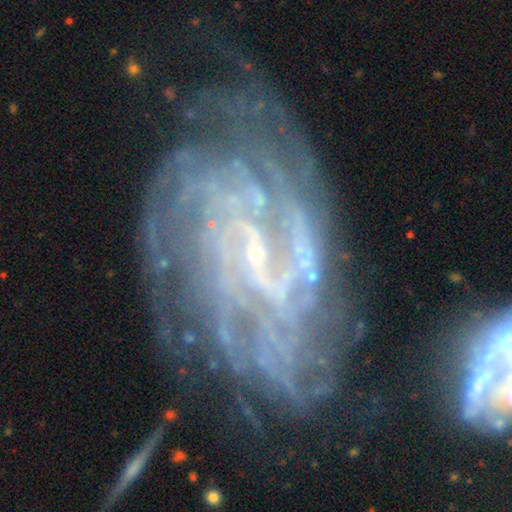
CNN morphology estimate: Q: Smooth or featured?
A: featured or disk (88%); runner-up: star or artifact (7%)
Q: Edge-on disk?
A: no (96%); runner-up: yes (4%)
Q: Bar?
A: weak (45%); runner-up: no (30%)
Q: Spiral arms?
A: yes (95%); runner-up: no (5%)
Q: Spiral winding?
A: tight (56%); runner-up: medium (32%)
Q: Spiral arm count?
A: can't tell (32%); runner-up: 4 (17%)
Q: Bulge size?
A: small (83%); runner-up: none (8%)
Q: Merging?
A: none (61%); runner-up: minor disturbance (21%)